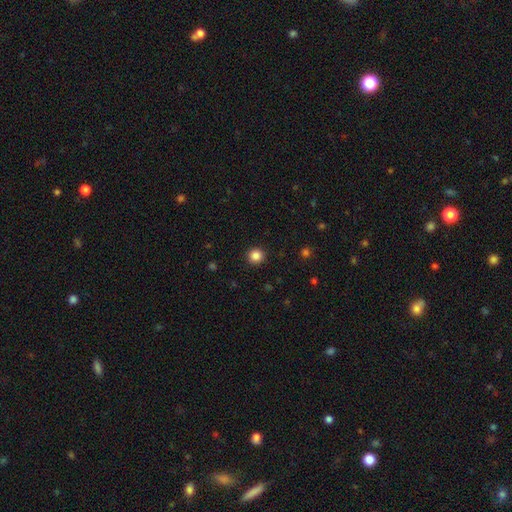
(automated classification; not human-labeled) smooth-or-featured: smooth: 85% | star or artifact: 11% | featured or disk: 3%
  how-rounded: round: 95% | in between: 4% | cigar-shaped: 1%
  merging: none: 93% | minor disturbance: 5% | major disturbance: 2% | merger: 1%